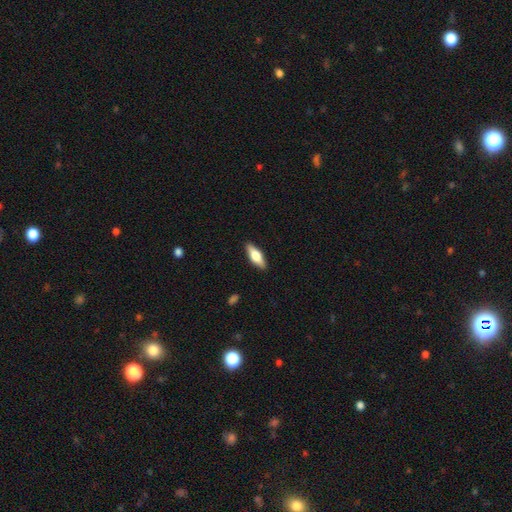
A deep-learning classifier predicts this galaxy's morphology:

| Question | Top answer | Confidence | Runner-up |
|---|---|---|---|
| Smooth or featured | smooth | 57% | featured or disk (37%) |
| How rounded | in between | 60% | cigar-shaped (38%) |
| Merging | none | 89% | minor disturbance (8%) |